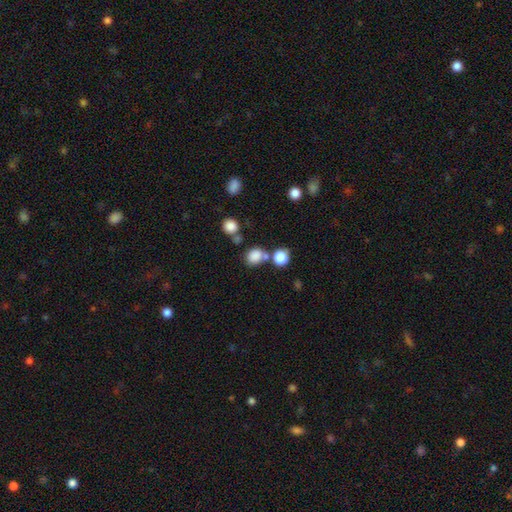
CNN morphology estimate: smooth-or-featured: smooth: 81% | star or artifact: 13% | featured or disk: 5%
  how-rounded: round: 64% | in between: 34% | cigar-shaped: 1%
  merging: none: 59% | merger: 24% | minor disturbance: 11% | major disturbance: 5%